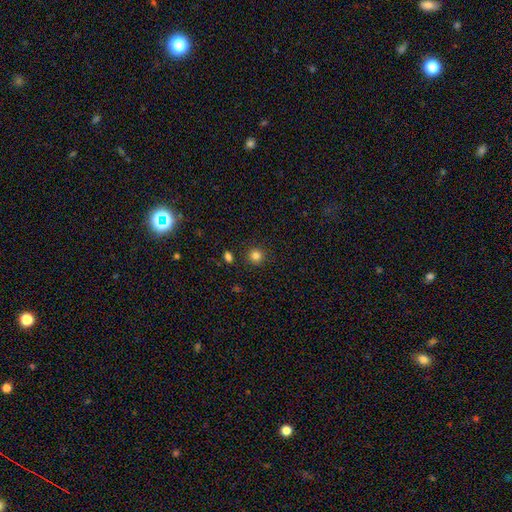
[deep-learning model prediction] Smooth or featured? Predicted: smooth (p=0.83). How rounded? Predicted: round (p=0.93). Merging? Predicted: none (p=0.90).